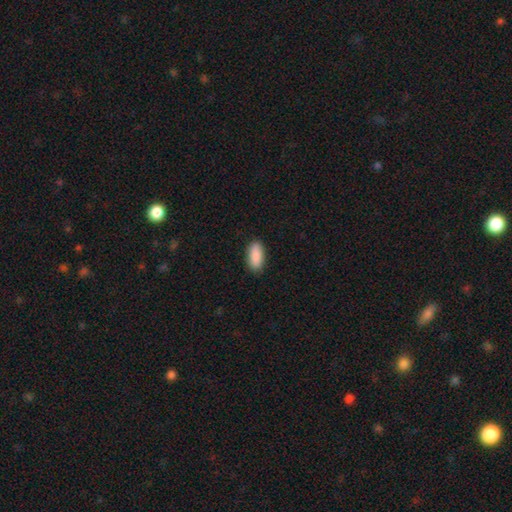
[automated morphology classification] smooth_or_featured: smooth (p=0.91) [alt: star or artifact p=0.06]
how_rounded: in between (p=0.88) [alt: cigar-shaped p=0.10]
merging: none (p=0.89) [alt: minor disturbance p=0.09]